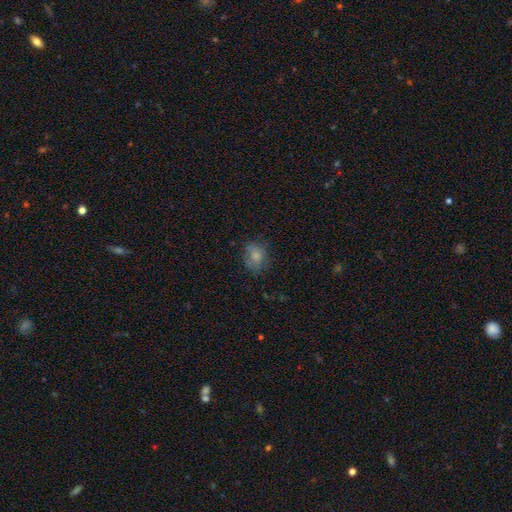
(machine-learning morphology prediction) smooth_or_featured: smooth (p=0.74) [alt: featured or disk p=0.16]
how_rounded: round (p=0.53) [alt: in between p=0.46]
merging: none (p=0.64) [alt: minor disturbance p=0.24]